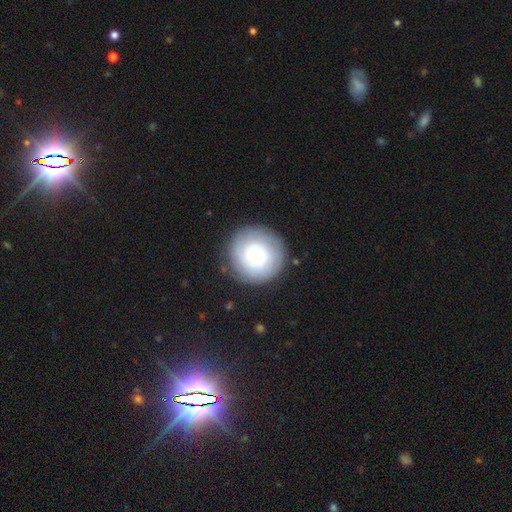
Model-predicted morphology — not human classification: Smooth or featured?
  - smooth: 47% *
  - featured or disk: 46%
  - star or artifact: 7%
Merging?
  - none: 83% *
  - minor disturbance: 11%
  - major disturbance: 4%
  - merger: 2%